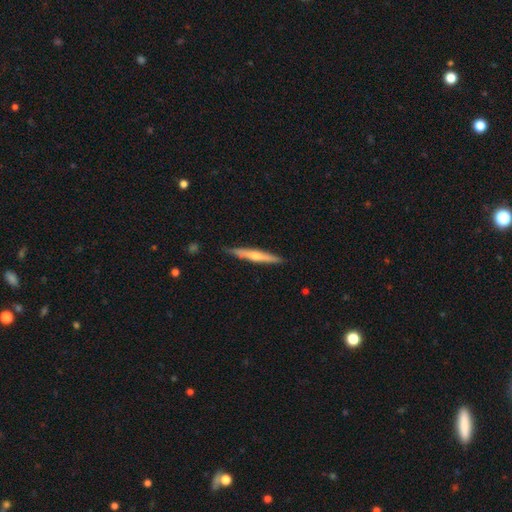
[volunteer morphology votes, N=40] smooth-or-featured: featured or disk: 75% | smooth: 20% | star or artifact: 5%
  disk-edge-on: yes: 97% | no: 3%
    edge-on-bulge: rounded: 79% | none: 21% | boxy: 0%
  merging: none: 89% | minor disturbance: 8% | merger: 3% | major disturbance: 0%